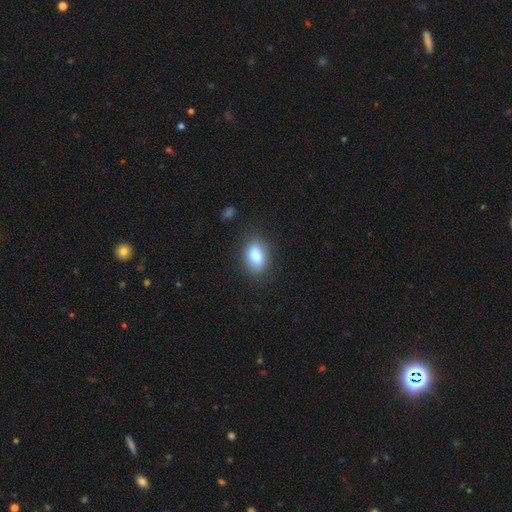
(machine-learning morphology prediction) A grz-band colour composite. It shows a smooth galaxy with no disk features (81%) that is in between round and cigar-shaped (84%). Merging: none (80%).